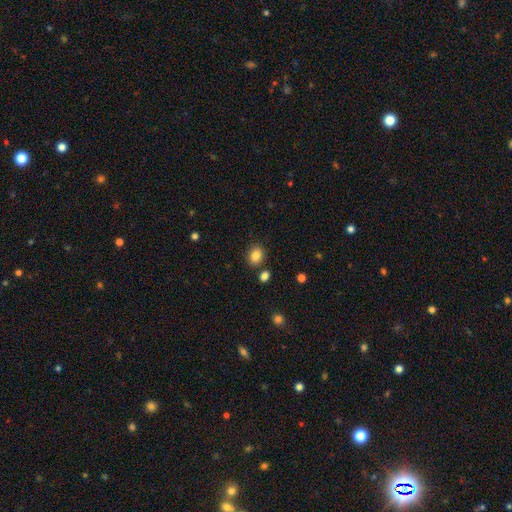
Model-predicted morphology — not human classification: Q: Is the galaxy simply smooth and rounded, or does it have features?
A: smooth — 85%.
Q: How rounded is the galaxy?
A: round — 50%.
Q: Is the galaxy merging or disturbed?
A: none — 82%.